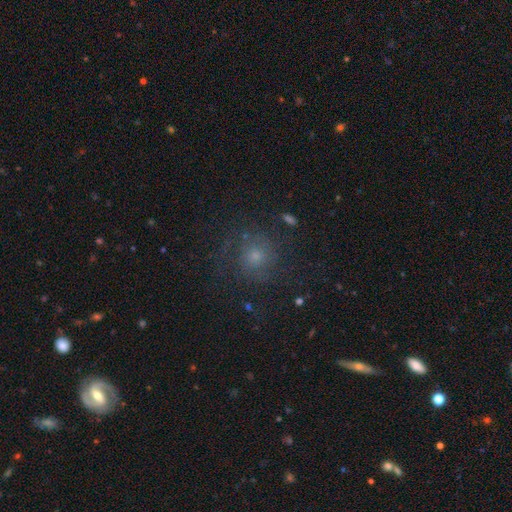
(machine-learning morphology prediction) A featured or disk galaxy (41%).

Vote fractions:
- Smooth or featured? featured or disk: 41% / smooth: 33% / star or artifact: 26%
- Merging? none: 74% / minor disturbance: 13% / major disturbance: 11% / merger: 2%